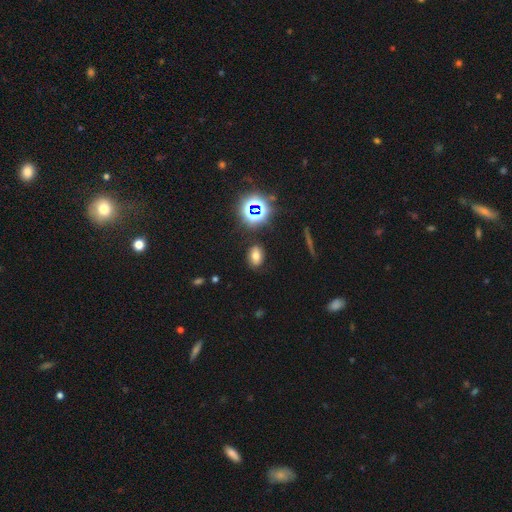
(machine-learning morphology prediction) A smooth galaxy with no disk features (63%) that is in between round and cigar-shaped (78%).

Vote fractions:
- Smooth or featured? smooth: 63% / star or artifact: 25% / featured or disk: 12%
- How rounded? in between: 78% / round: 20% / cigar-shaped: 2%
- Merging? none: 85% / minor disturbance: 10% / major disturbance: 3% / merger: 2%